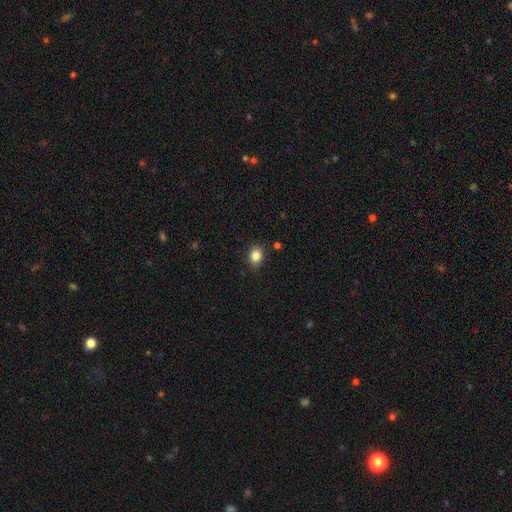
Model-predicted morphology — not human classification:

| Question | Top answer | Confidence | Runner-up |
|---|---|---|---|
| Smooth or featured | smooth | 85% | star or artifact (10%) |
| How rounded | round | 50% | in between (49%) |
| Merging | none | 84% | minor disturbance (12%) |